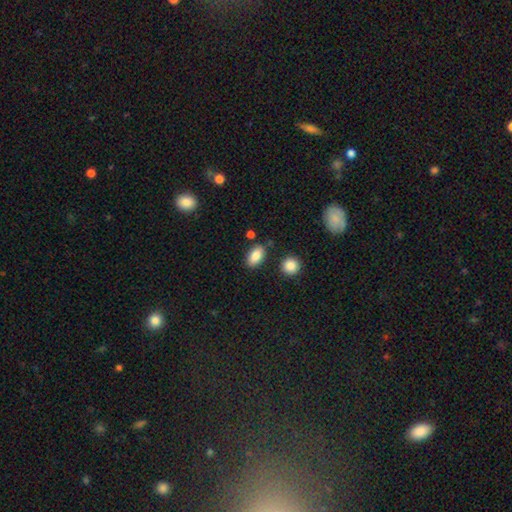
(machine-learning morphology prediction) Smooth or featured? Predicted: smooth (p=0.86). How rounded? Predicted: in between (p=0.90). Merging? Predicted: none (p=0.81).